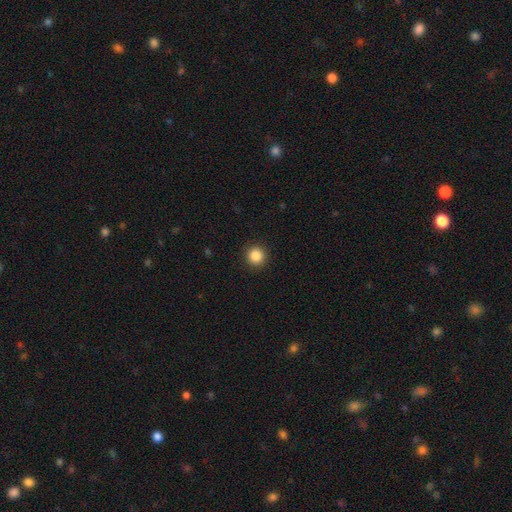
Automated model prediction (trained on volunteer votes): Smooth or featured: smooth — 86% (star or artifact — 10%)
How rounded: round — 95% (in between — 4%)
Merging: none — 93% (minor disturbance — 5%)